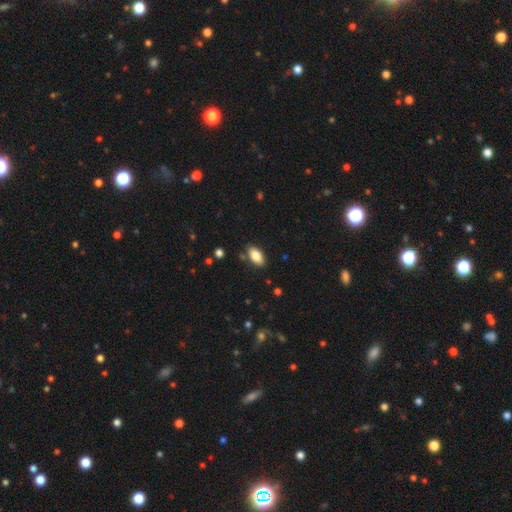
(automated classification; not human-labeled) A smooth galaxy with no disk features (84%) that is in between round and cigar-shaped (92%). Merging: none (83%).